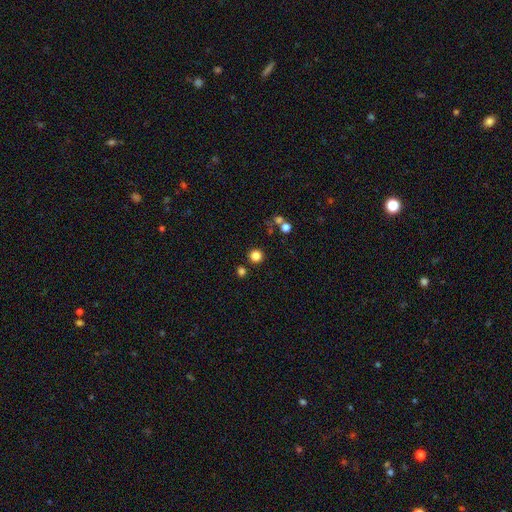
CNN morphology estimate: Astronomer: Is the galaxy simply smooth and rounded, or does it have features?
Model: smooth — 82%.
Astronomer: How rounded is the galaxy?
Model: round — 95%.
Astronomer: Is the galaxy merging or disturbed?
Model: none — 88%.